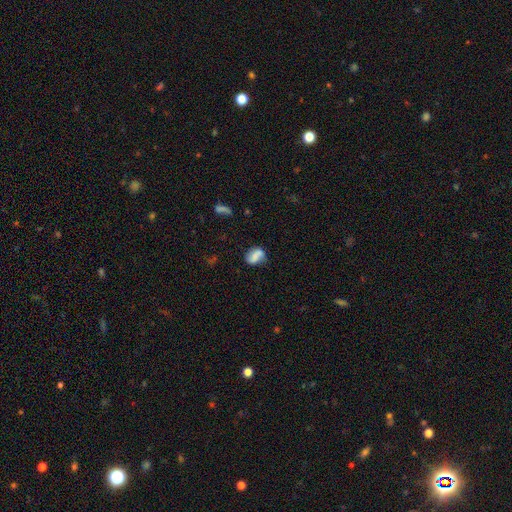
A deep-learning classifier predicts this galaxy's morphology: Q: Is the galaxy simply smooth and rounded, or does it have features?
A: smooth — 61%.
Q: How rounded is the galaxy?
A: in between — 74%.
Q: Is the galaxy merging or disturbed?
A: none — 54%.